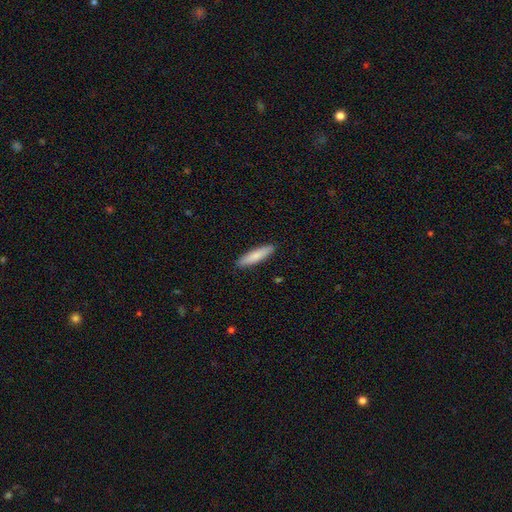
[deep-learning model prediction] A smooth galaxy with no disk features (81%) that is cigar-shaped (79%). Merging: none (90%).